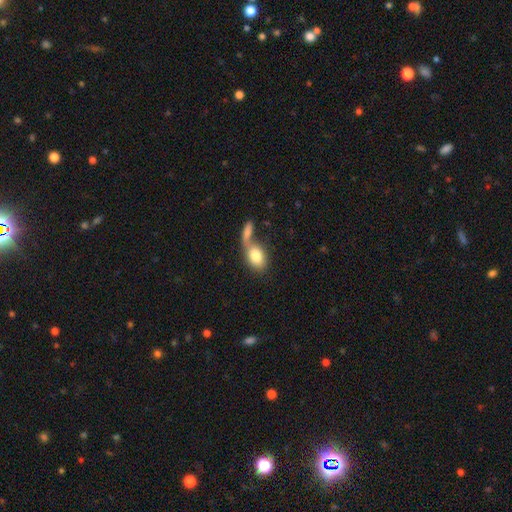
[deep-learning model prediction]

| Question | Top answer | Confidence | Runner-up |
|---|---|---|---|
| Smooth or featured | smooth | 79% | featured or disk (15%) |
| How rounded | in between | 81% | round (16%) |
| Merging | merger | 51% | none (29%) |